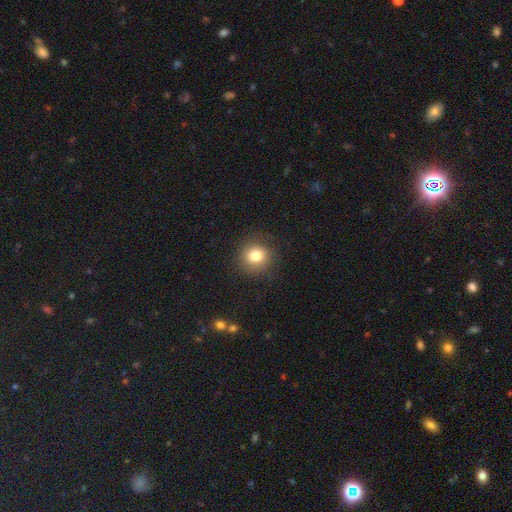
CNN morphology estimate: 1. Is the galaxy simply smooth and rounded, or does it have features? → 80% smooth, 12% star or artifact, 8% featured or disk.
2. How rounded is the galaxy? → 89% round, 10% in between, 1% cigar-shaped.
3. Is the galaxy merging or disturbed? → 87% none, 9% minor disturbance, 3% major disturbance, 1% merger.